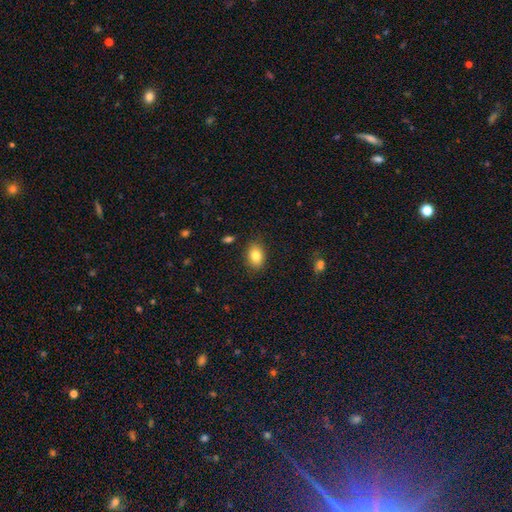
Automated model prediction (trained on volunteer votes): Morphology: type=smooth (83%); roundness=in between (76%); merging=none (85%).